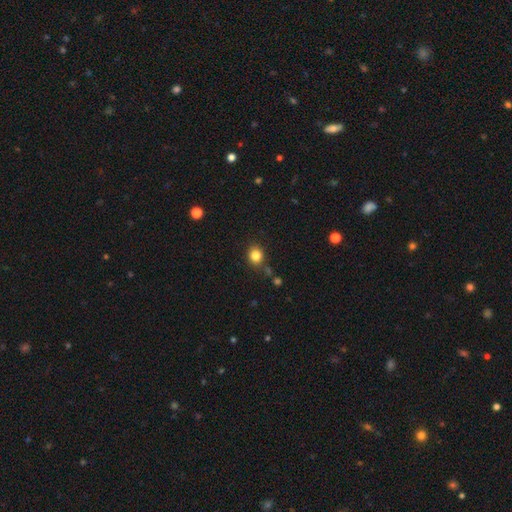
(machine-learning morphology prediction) Smooth or featured: smooth — 83% (star or artifact — 12%)
How rounded: round — 75% (in between — 24%)
Merging: none — 79% (minor disturbance — 12%)